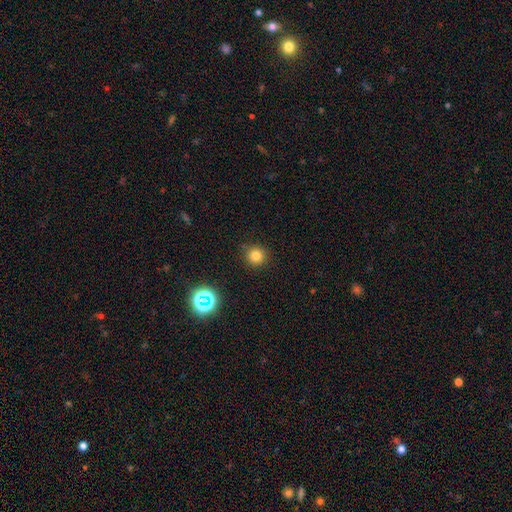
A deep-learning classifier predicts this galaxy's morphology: Smooth or featured? Predicted: smooth (p=0.78). How rounded? Predicted: round (p=0.95). Merging? Predicted: none (p=0.89).